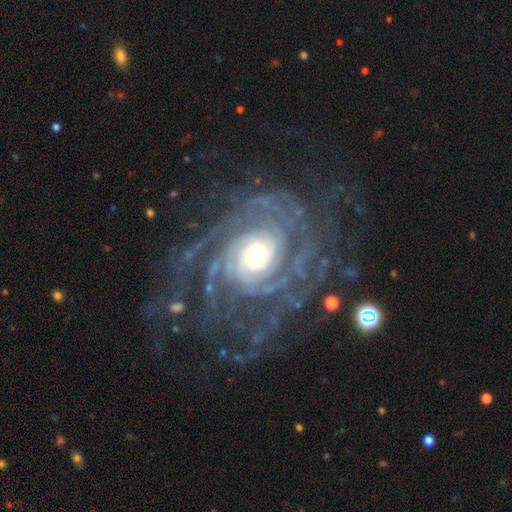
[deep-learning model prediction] Smooth or featured?
  - featured or disk: 91% *
  - star or artifact: 5%
  - smooth: 4%
Edge-on disk?
  - no: 97% *
  - yes: 3%
Bar?
  - no: 72% *
  - weak: 20%
  - strong: 9%
Spiral arms?
  - yes: 97% *
  - no: 3%
Spiral winding?
  - tight: 69% *
  - medium: 25%
  - loose: 6%
Spiral arm count?
  - can't tell: 25% *
  - 4: 18%
  - 3: 17%
  - more than 4: 16%
  - 2: 16%
  - 1: 9%
Bulge size?
  - moderate: 57% *
  - large: 20%
  - small: 20%
  - dominant: 2%
  - none: 1%
Merging?
  - none: 68% *
  - minor disturbance: 16%
  - major disturbance: 15%
  - merger: 2%